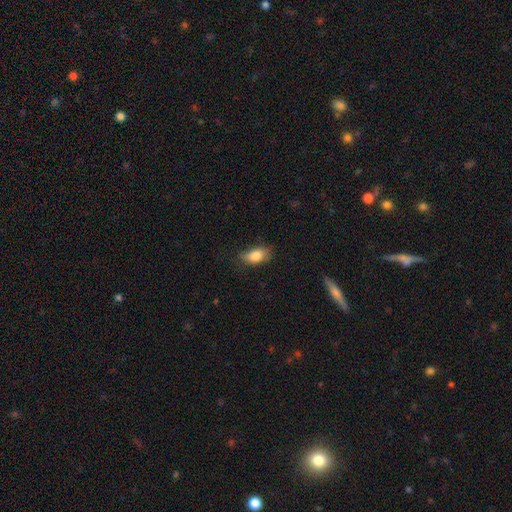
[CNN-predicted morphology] A smooth galaxy with no disk features (82%) that is in between round and cigar-shaped (87%).

Vote fractions:
- Smooth or featured? smooth: 82% / featured or disk: 10% / star or artifact: 8%
- How rounded? in between: 87% / round: 7% / cigar-shaped: 6%
- Merging? none: 69% / minor disturbance: 24% / major disturbance: 6% / merger: 1%